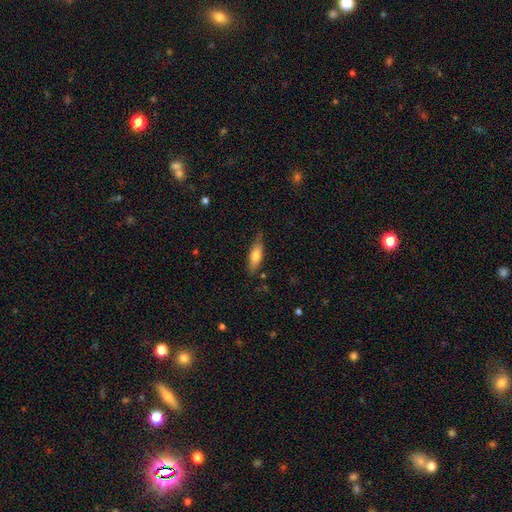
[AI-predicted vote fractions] smooth 68%, featured or disk 25%, star or artifact 6%. Down the decision tree: how rounded — in between (51%); merging — none (76%).